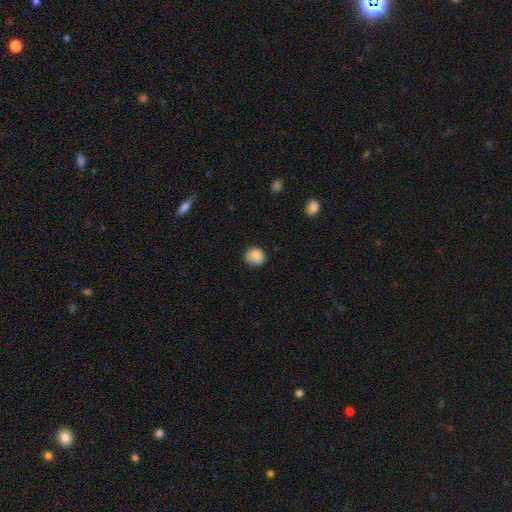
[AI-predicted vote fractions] Smooth or featured? Predicted: smooth (p=0.88). How rounded? Predicted: round (p=0.82). Merging? Predicted: none (p=0.83).